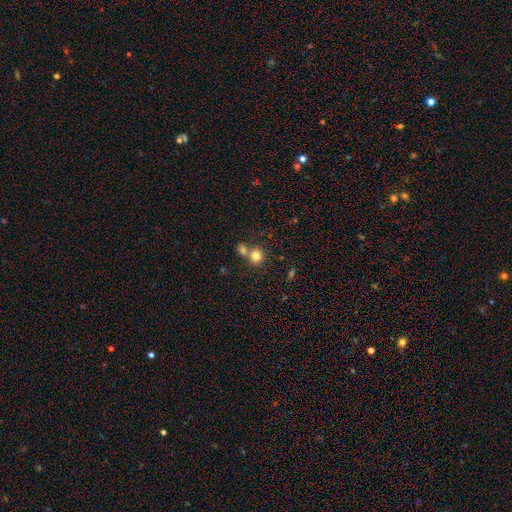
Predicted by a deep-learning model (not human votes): Q: Smooth or featured?
A: smooth (80%); runner-up: star or artifact (12%)
Q: How rounded?
A: round (83%); runner-up: in between (16%)
Q: Merging?
A: none (51%); runner-up: merger (39%)